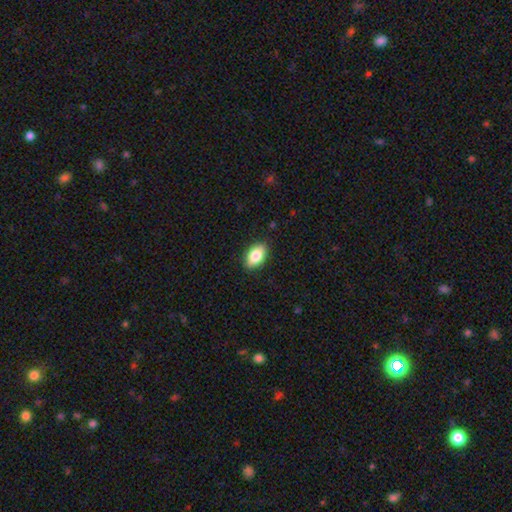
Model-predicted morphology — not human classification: Smooth or featured? Predicted: smooth (p=0.83). How rounded? Predicted: in between (p=0.91). Merging? Predicted: none (p=0.88).